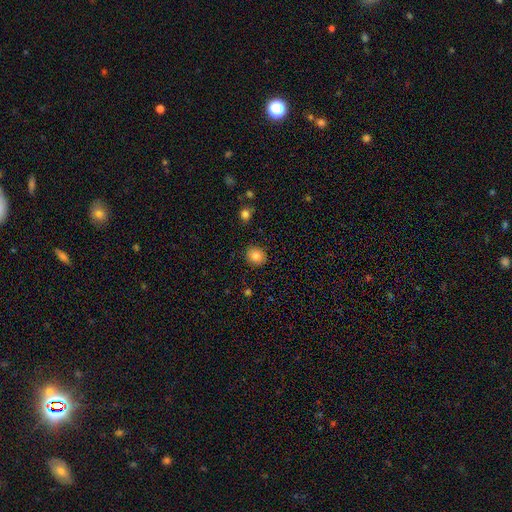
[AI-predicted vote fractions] Smooth or featured?
  - smooth: 84% *
  - star or artifact: 10%
  - featured or disk: 6%
How rounded?
  - round: 86% *
  - in between: 14%
  - cigar-shaped: 1%
Merging?
  - none: 89% *
  - minor disturbance: 7%
  - major disturbance: 2%
  - merger: 1%